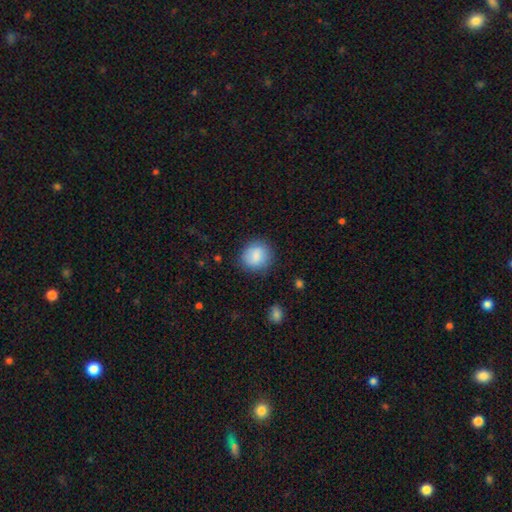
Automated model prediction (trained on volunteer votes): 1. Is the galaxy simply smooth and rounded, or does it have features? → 85% smooth, 8% featured or disk, 7% star or artifact.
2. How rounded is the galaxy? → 80% round, 19% in between, 1% cigar-shaped.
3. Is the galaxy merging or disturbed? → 81% none, 13% minor disturbance, 4% major disturbance, 1% merger.